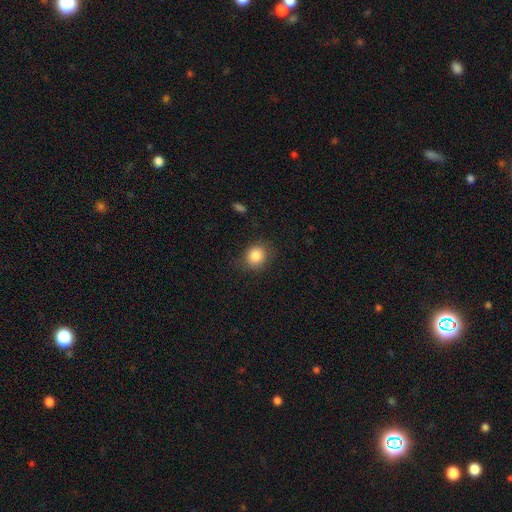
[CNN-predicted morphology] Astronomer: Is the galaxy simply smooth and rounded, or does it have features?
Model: smooth — 84%.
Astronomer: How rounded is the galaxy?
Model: round — 69%.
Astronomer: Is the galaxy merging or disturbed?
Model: none — 79%.